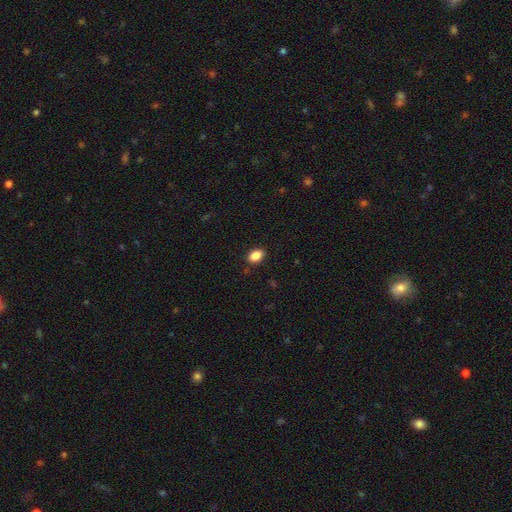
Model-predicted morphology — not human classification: The model was most divided on "how rounded": in between: 84%, round: 14%, cigar-shaped: 1%. More confident: merging — none (89%); smooth or featured — smooth (88%).